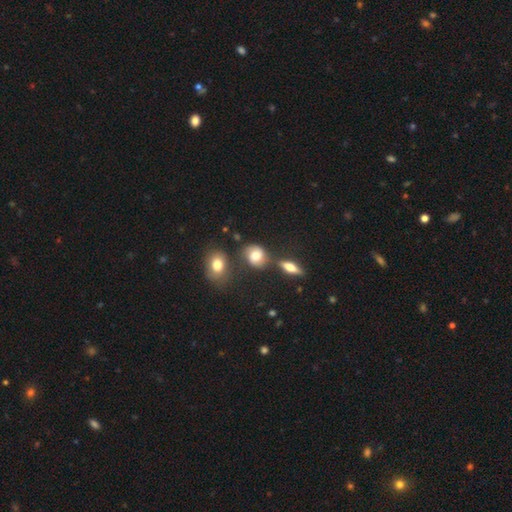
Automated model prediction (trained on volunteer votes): Smooth or featured: smooth — 47% (featured or disk — 43%)
Merging: none — 62% (minor disturbance — 19%)